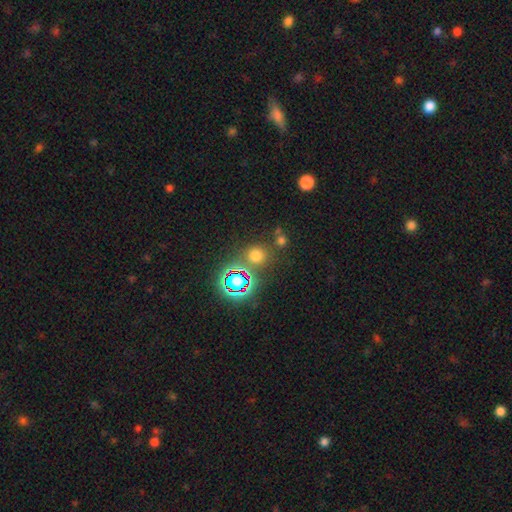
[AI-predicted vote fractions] This is possibly a smooth galaxy (60%). How rounded: clearly round (86%). Merging: likely none (75%).